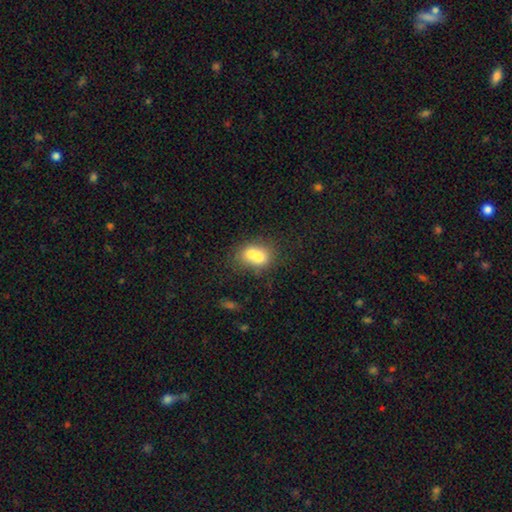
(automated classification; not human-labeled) smooth 65%, featured or disk 25%, star or artifact 10%. Down the decision tree: how rounded — round (56%); merging — merger (66%).